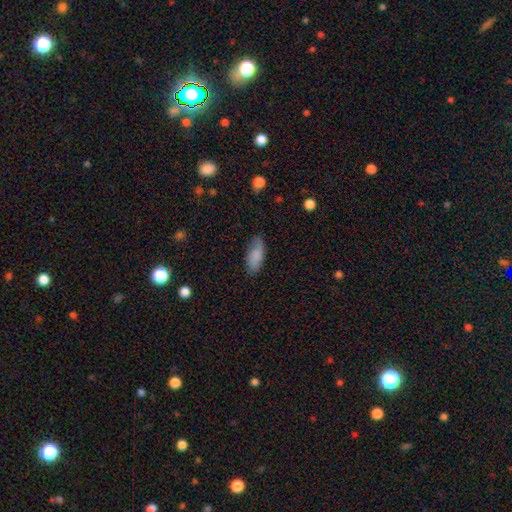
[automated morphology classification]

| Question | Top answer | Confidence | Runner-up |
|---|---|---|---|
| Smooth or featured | smooth | 83% | featured or disk (10%) |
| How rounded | in between | 84% | cigar-shaped (14%) |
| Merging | none | 78% | minor disturbance (17%) |